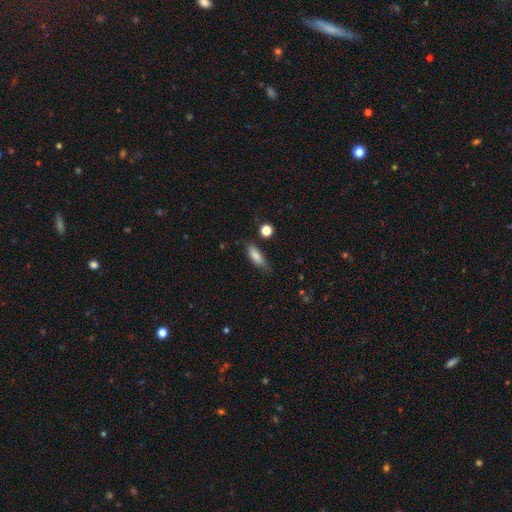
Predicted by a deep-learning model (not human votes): The model was most divided on "how rounded": in between: 60%, cigar-shaped: 37%, round: 3%. More confident: smooth or featured — smooth (83%); merging — none (71%).